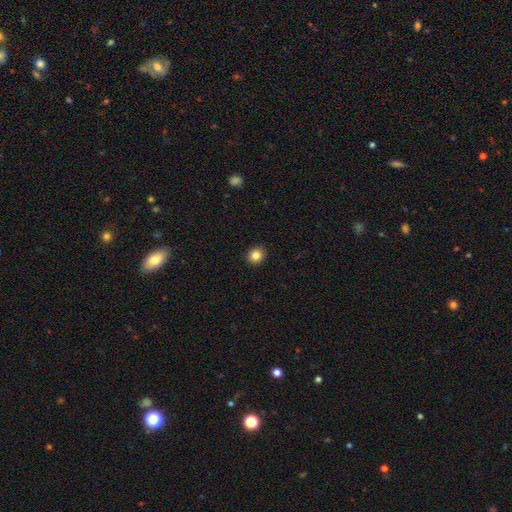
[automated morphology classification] The model was most divided on "smooth or featured": smooth: 84%, star or artifact: 11%, featured or disk: 5%. More confident: merging — none (93%); how rounded — round (88%).